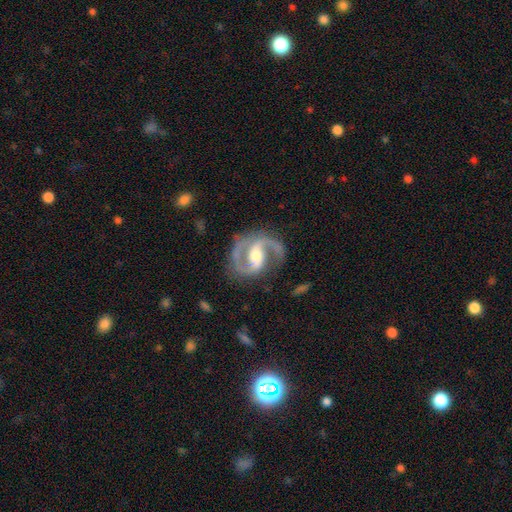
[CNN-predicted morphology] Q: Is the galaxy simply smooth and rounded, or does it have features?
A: featured or disk — 91%.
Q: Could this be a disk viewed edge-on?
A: no — 98%.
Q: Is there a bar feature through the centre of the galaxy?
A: weak — 41%, tied with strong.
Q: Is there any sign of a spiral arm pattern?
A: yes — 97%.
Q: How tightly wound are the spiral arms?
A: medium — 61%.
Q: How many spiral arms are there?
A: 2 — 92%.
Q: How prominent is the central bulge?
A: moderate — 67%.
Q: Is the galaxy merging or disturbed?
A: none — 76%.